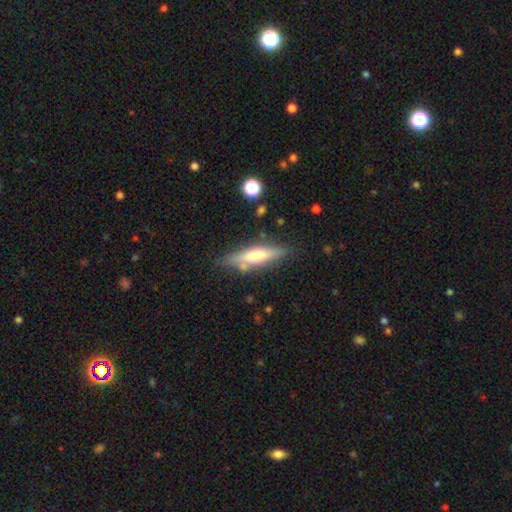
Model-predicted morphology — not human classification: smooth_or_featured: featured or disk (p=0.49) [alt: smooth p=0.44]
merging: none (p=0.78) [alt: minor disturbance p=0.14]